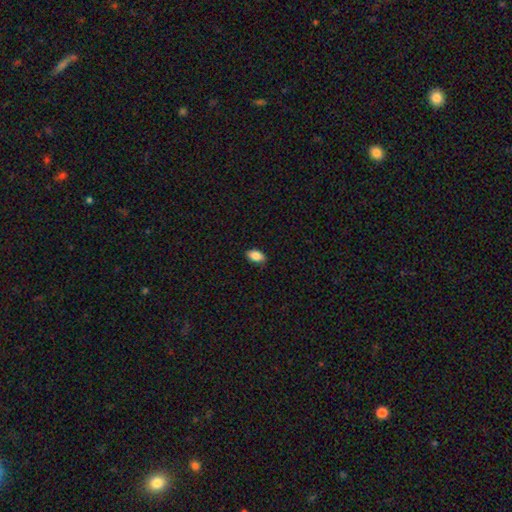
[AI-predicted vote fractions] Morphology: type=smooth (87%); roundness=in between (91%); merging=none (85%).